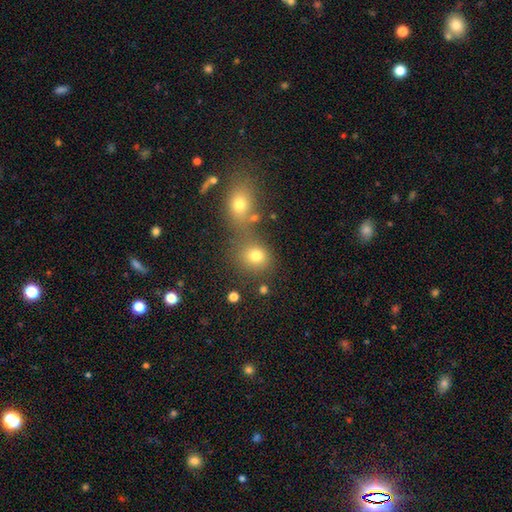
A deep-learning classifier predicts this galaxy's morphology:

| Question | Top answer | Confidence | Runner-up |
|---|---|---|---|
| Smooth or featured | smooth | 74% | star or artifact (17%) |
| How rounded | round | 76% | in between (23%) |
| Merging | none | 54% | merger (32%) |